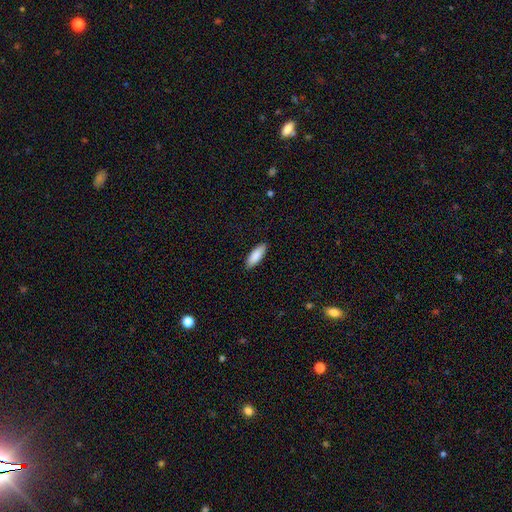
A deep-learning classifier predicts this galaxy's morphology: Overall: smooth (88%). How rounded: in between (64%; cigar-shaped 35%). Merging: none (89%).